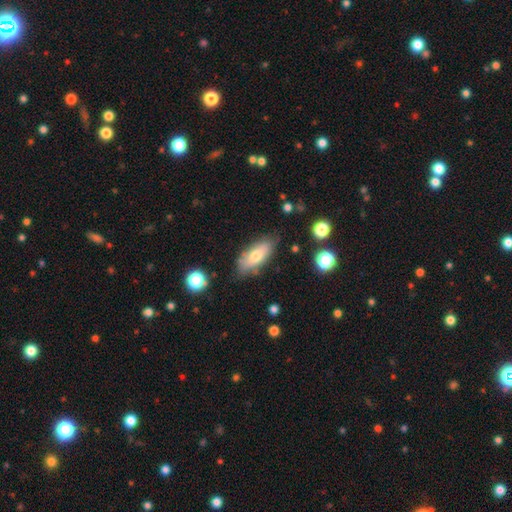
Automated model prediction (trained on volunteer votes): A smooth galaxy with no disk features (67%) that is in between round and cigar-shaped (80%). Merging: none (76%).